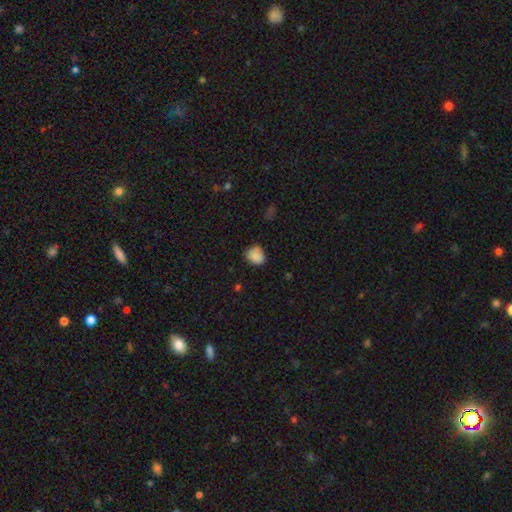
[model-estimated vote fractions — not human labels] Smooth or featured? smooth (86%)
How rounded? round (53%)
Merging? none (69%)